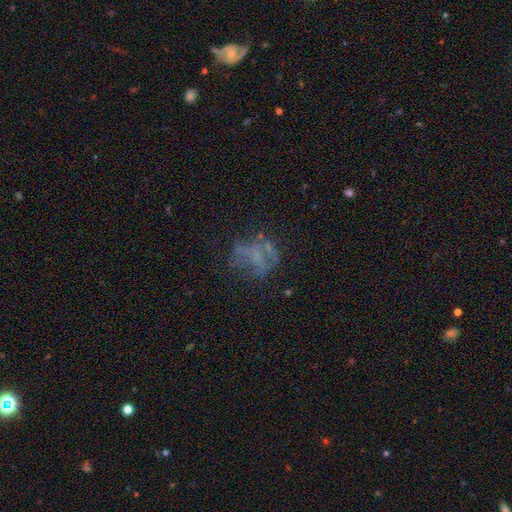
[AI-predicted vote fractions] This appears to be a featured or disk galaxy (53%) with no bar (87%), no spiral arms (84%) and no central bulge (74%). Merging: none (52%).